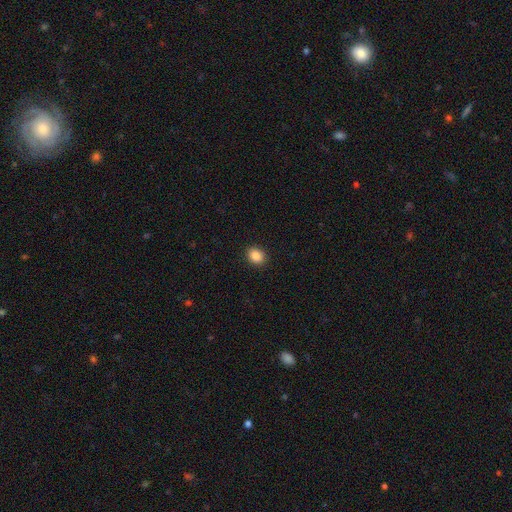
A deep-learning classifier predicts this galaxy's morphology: smooth 87%, star or artifact 9%, featured or disk 4%. Down the decision tree: how rounded — round (52%); merging — none (91%).